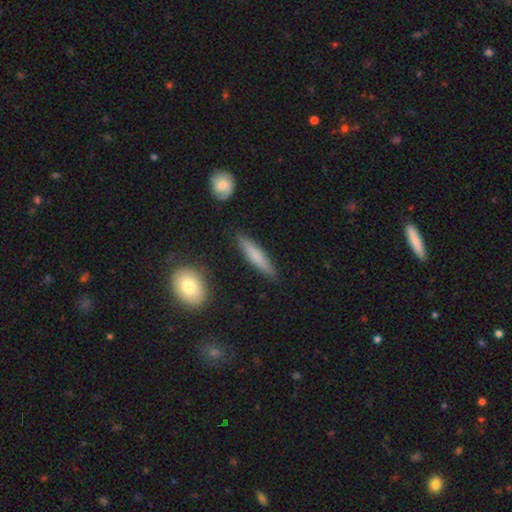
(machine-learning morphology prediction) Smooth or featured? smooth (68%)
How rounded? cigar-shaped (88%)
Merging? none (87%)